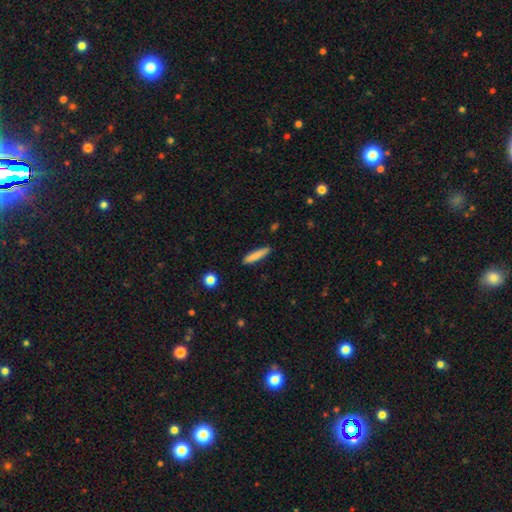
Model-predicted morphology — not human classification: Smooth or featured? Predicted: smooth (p=0.83). How rounded? Predicted: cigar-shaped (p=0.87). Merging? Predicted: none (p=0.88).